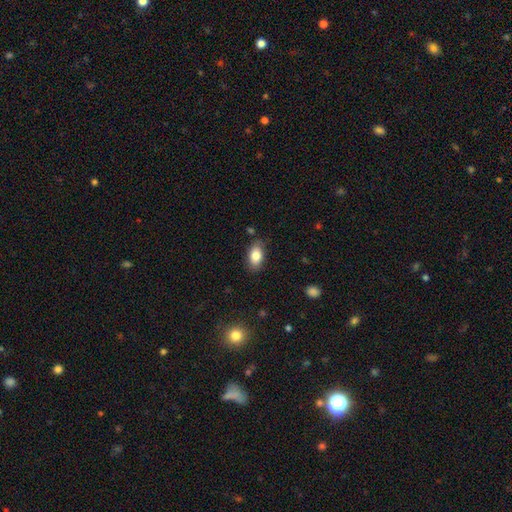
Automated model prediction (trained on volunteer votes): Q: Smooth or featured?
A: smooth (82%); runner-up: featured or disk (10%)
Q: How rounded?
A: in between (91%); runner-up: round (6%)
Q: Merging?
A: none (83%); runner-up: minor disturbance (13%)